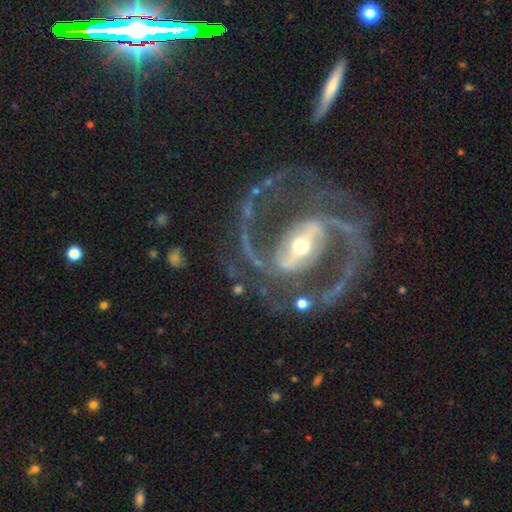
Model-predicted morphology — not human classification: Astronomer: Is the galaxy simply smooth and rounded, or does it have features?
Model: featured or disk — 92%.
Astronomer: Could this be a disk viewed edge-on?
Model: no — 97%.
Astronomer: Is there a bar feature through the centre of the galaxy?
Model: strong — 59%.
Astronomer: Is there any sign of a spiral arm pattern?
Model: yes — 98%.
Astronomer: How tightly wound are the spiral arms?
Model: medium — 64%.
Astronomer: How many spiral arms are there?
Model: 2 — 92%.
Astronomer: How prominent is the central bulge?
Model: moderate — 53% (runner-up: small, 40%).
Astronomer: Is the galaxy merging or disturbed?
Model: none — 75%.